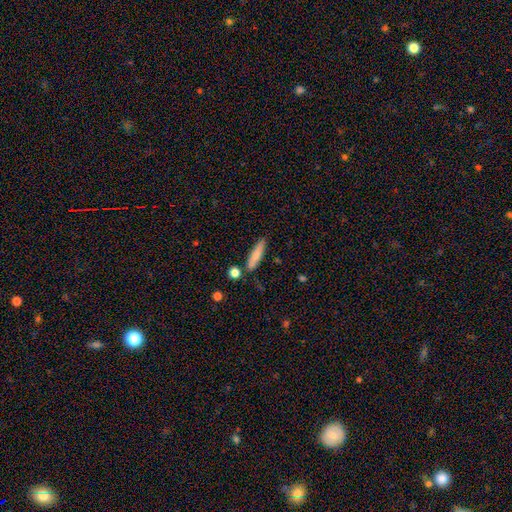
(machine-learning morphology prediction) Overall: smooth (77%). How rounded: cigar-shaped (77%). Merging: none (79%).